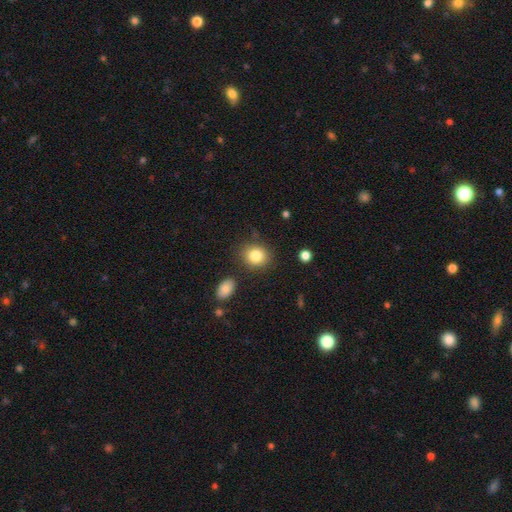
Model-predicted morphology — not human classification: Smooth or featured: smooth — 83% (star or artifact — 9%)
How rounded: round — 68% (in between — 31%)
Merging: none — 82% (minor disturbance — 11%)